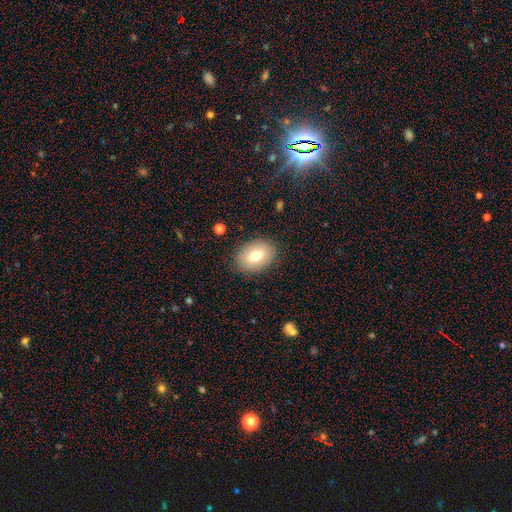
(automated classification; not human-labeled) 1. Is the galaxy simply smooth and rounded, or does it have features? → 74% smooth, 17% featured or disk, 8% star or artifact.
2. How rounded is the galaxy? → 77% in between, 22% round, 1% cigar-shaped.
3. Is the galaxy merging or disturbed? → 85% none, 10% minor disturbance, 3% major disturbance, 1% merger.